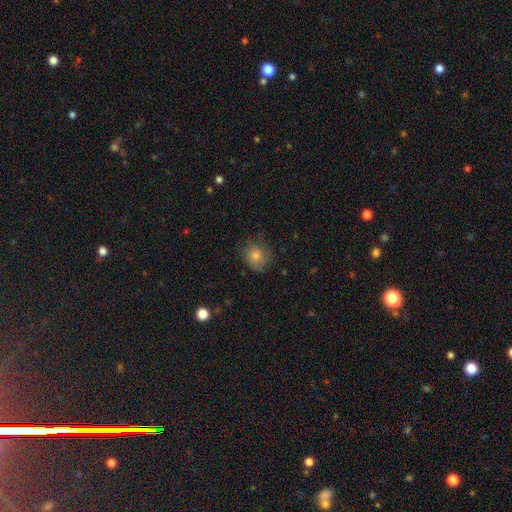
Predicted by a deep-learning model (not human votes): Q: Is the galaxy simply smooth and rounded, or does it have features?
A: smooth — 71%.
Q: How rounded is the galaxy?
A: round — 74%.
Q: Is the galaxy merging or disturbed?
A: none — 76%.